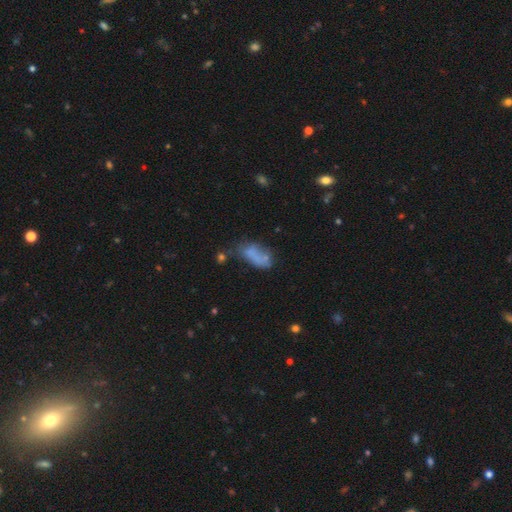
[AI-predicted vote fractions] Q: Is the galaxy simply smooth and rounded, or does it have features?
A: smooth — 61%.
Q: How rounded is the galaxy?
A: in between — 83%.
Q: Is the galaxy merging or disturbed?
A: none — 31%.